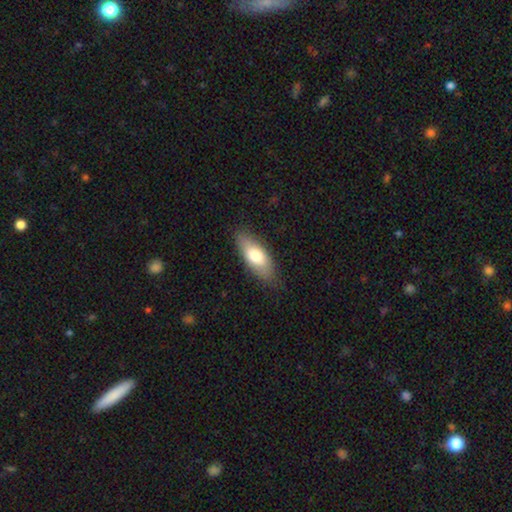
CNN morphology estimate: The model was most divided on "smooth or featured": smooth: 73%, featured or disk: 21%, star or artifact: 6%. More confident: merging — none (80%); how rounded — in between (77%).